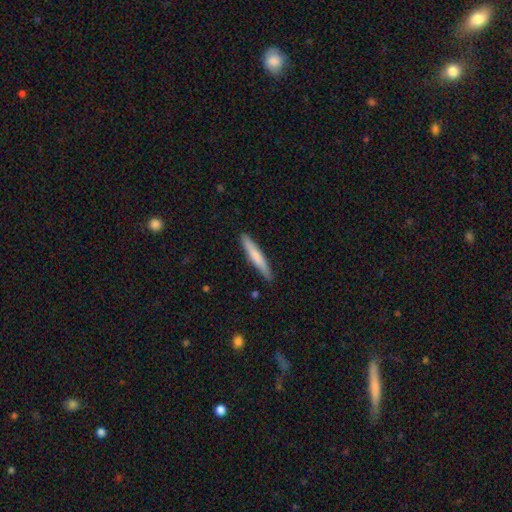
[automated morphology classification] smooth-or-featured: smooth: 70% | featured or disk: 25% | star or artifact: 5%
  how-rounded: cigar-shaped: 94% | in between: 5% | round: 1%
  merging: none: 88% | minor disturbance: 9% | major disturbance: 2% | merger: 1%